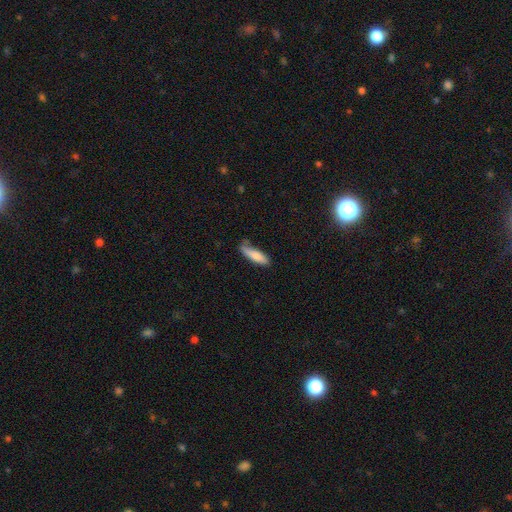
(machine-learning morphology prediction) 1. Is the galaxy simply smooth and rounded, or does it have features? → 79% smooth, 15% featured or disk, 6% star or artifact.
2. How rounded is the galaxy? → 66% cigar-shaped, 32% in between, 2% round.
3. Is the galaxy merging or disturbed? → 60% none, 29% minor disturbance, 7% major disturbance, 4% merger.